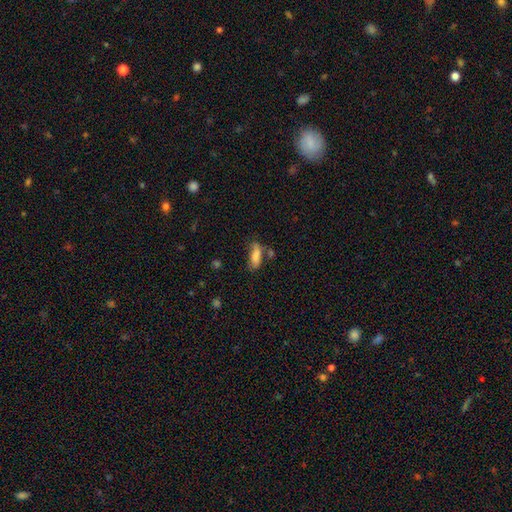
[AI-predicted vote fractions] smooth-or-featured: smooth: 80% | featured or disk: 11% | star or artifact: 9%
  how-rounded: in between: 66% | cigar-shaped: 31% | round: 3%
  merging: none: 47% | minor disturbance: 26% | merger: 16% | major disturbance: 11%